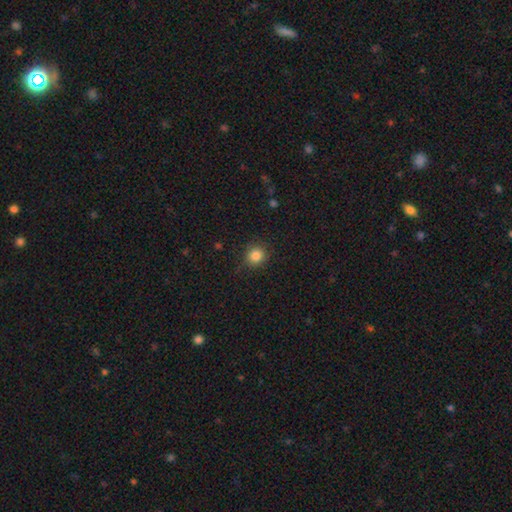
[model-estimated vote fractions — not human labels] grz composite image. It shows a smooth galaxy with no disk features (84%) that is round (89%). Merging: none (85%).